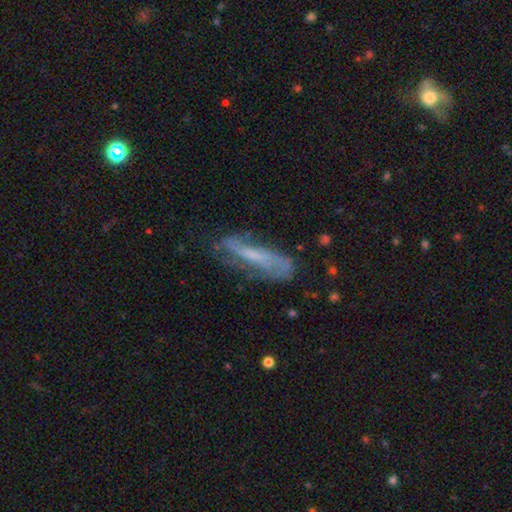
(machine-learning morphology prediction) A featured or disk galaxy (63%). Merging: none (57%).